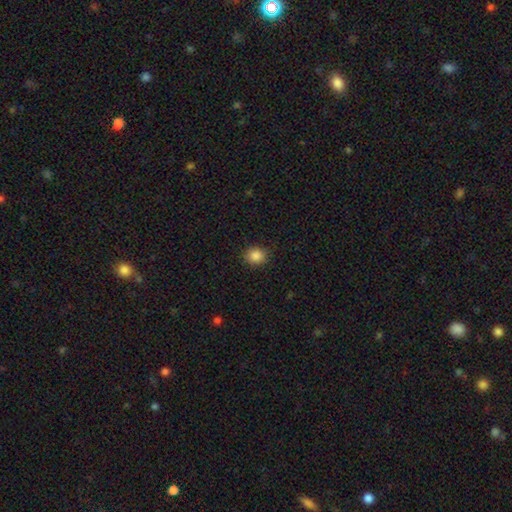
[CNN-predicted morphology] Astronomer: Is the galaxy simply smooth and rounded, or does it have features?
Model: smooth — 86%.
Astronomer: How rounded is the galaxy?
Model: round — 74%.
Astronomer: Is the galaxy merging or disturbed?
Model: none — 90%.